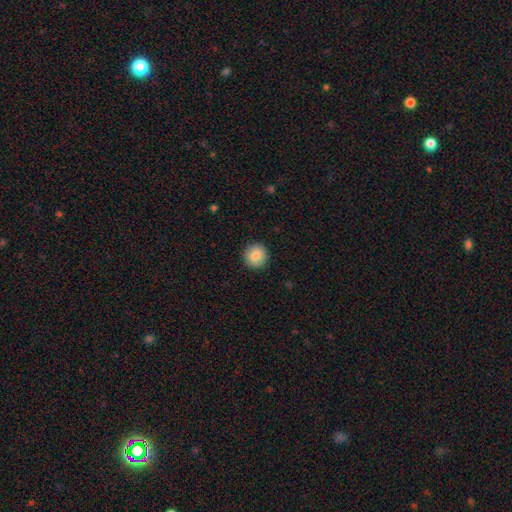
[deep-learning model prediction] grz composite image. It shows a smooth galaxy with no disk features (85%) that is round (94%). Merging: none (92%).